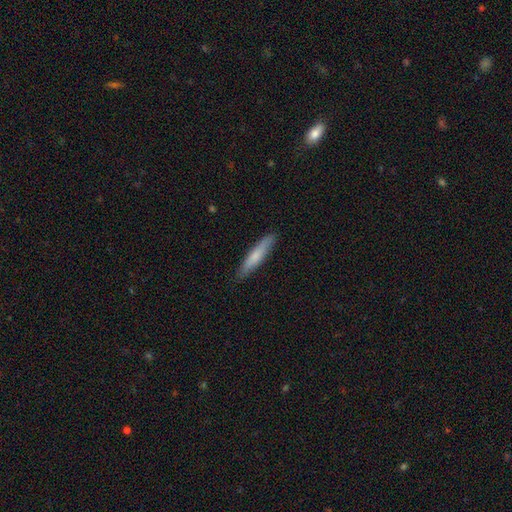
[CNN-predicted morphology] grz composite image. It shows a smooth galaxy with no disk features (70%) that is cigar-shaped (90%). Merging: none (88%).